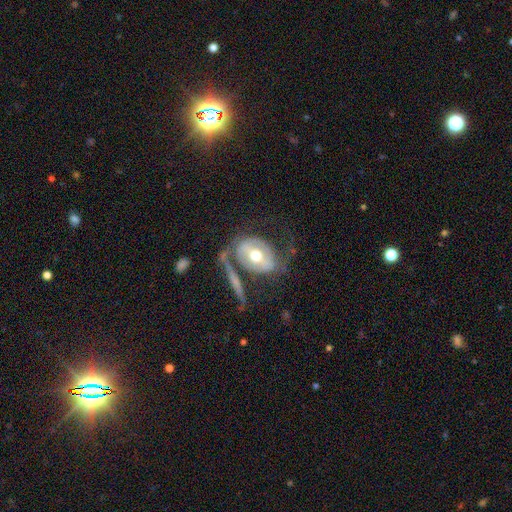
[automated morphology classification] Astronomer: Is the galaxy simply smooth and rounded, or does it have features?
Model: featured or disk — 63%.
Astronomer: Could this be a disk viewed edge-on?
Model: no — 89%.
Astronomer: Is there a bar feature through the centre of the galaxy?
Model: no — 35% (runner-up: strong, 33%).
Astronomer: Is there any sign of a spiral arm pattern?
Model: yes — 50%, tied with no at 50%.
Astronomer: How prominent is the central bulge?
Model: moderate — 74%.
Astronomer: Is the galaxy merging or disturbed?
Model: none — 40% (runner-up: major disturbance, 26%).